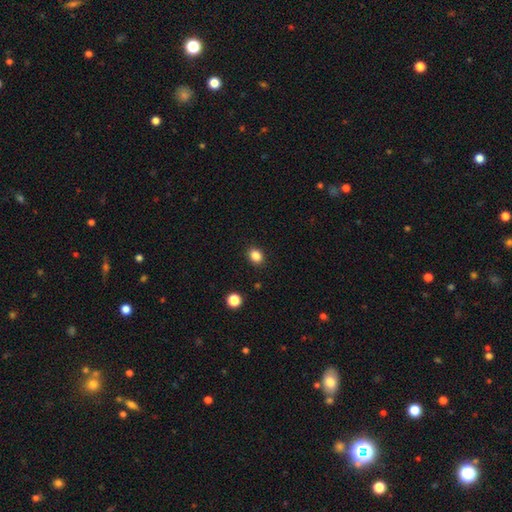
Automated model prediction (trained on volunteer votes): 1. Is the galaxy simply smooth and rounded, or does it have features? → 85% smooth, 11% star or artifact, 4% featured or disk.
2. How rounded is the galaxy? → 51% in between, 49% round, 1% cigar-shaped.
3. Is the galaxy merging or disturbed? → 90% none, 7% minor disturbance, 2% major disturbance, 1% merger.